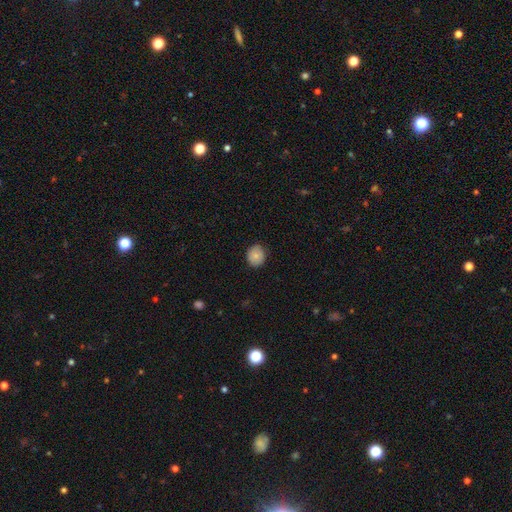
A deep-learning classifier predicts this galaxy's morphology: smooth-or-featured: smooth: 81% | featured or disk: 11% | star or artifact: 8%
  how-rounded: round: 83% | in between: 16% | cigar-shaped: 1%
  merging: none: 86% | minor disturbance: 11% | major disturbance: 2% | merger: 1%